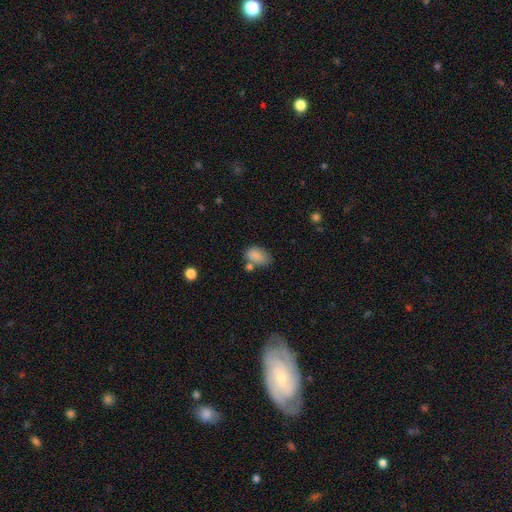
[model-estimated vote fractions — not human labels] Smooth or featured?
  - smooth: 83% *
  - star or artifact: 9%
  - featured or disk: 7%
How rounded?
  - in between: 86% *
  - round: 12%
  - cigar-shaped: 1%
Merging?
  - none: 51% *
  - minor disturbance: 23%
  - merger: 18%
  - major disturbance: 8%